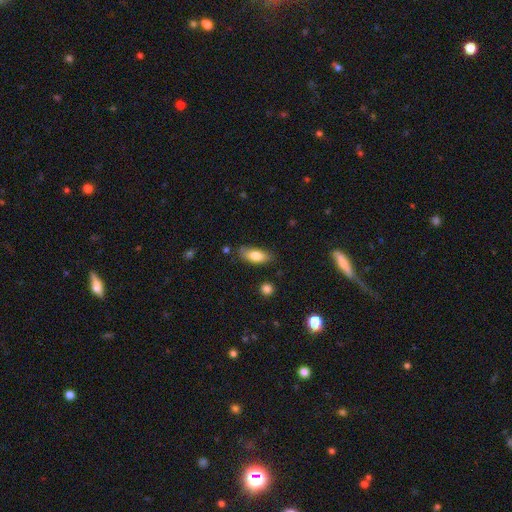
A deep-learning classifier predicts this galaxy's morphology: Smooth or featured? Predicted: smooth (p=0.79). How rounded? Predicted: in between (p=0.81). Merging? Predicted: none (p=0.73).